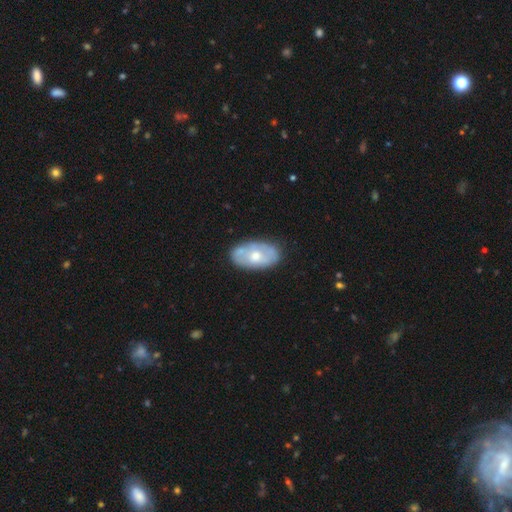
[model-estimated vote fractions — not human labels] This appears to be a smooth galaxy with no disk features (47%, tied with featured or disk). Merging: none (72%).